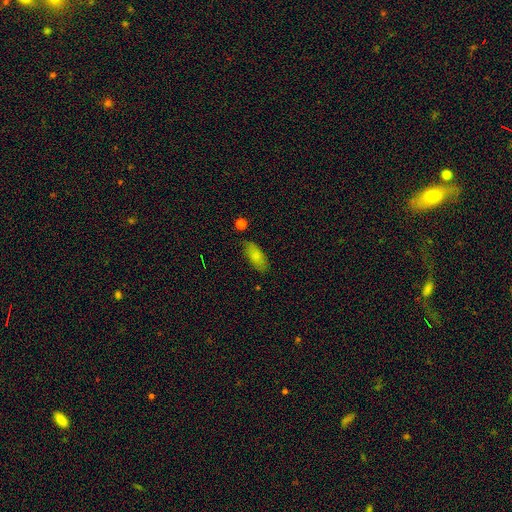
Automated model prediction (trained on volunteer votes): This appears to be a smooth galaxy with no disk features (80%) that is in between round and cigar-shaped (84%). Merging: none (78%).